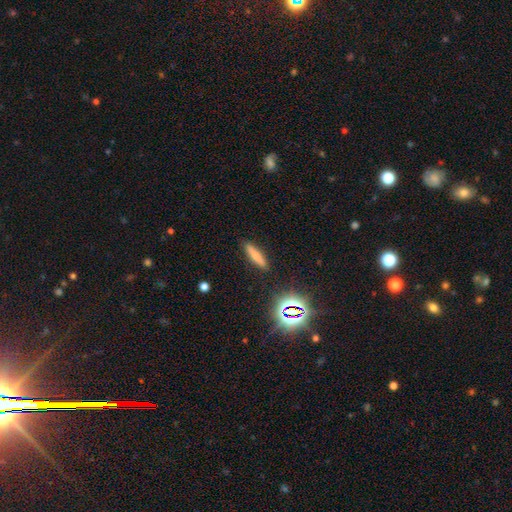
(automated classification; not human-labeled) Smooth or featured? Predicted: smooth (p=0.72). How rounded? Predicted: cigar-shaped (p=0.81). Merging? Predicted: none (p=0.89).